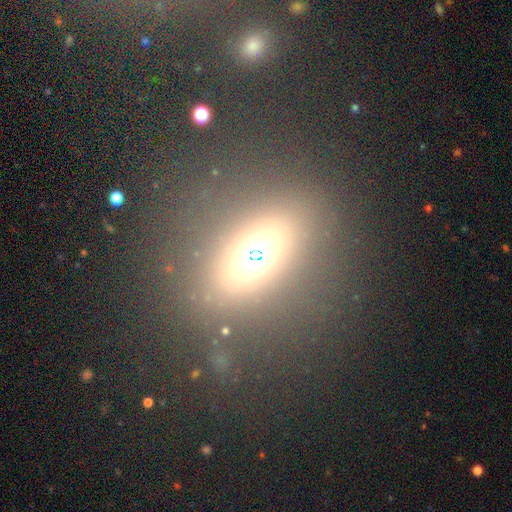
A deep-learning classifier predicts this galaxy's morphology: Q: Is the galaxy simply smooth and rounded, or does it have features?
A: smooth — 56%.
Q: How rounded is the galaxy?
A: in between — 59%.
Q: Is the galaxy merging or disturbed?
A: none — 80%.